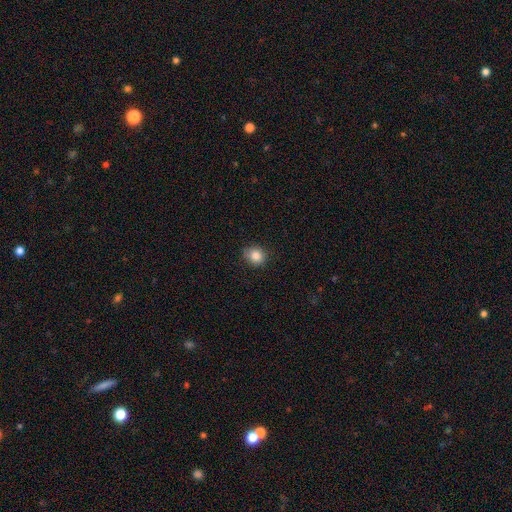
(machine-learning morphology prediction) Smooth or featured: smooth — 85% (star or artifact — 10%)
How rounded: round — 77% (in between — 22%)
Merging: none — 79% (minor disturbance — 17%)